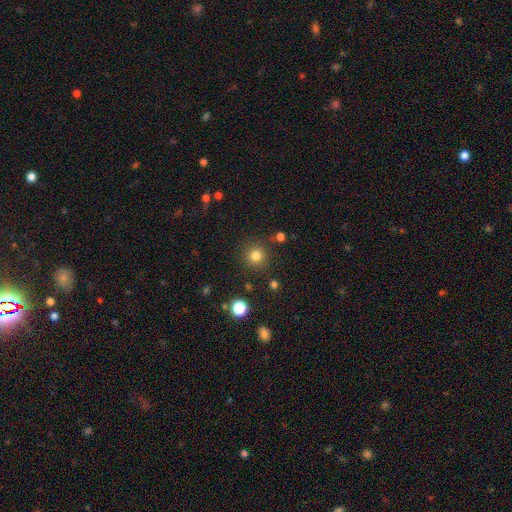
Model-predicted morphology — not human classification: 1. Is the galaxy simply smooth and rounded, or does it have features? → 81% smooth, 14% star or artifact, 5% featured or disk.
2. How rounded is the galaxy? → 94% round, 5% in between, 1% cigar-shaped.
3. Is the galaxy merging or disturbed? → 88% none, 7% minor disturbance, 3% major disturbance, 2% merger.